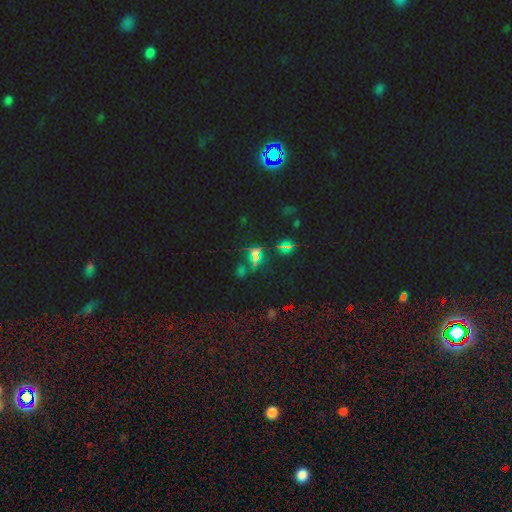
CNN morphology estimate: A star or artifact, not a galaxy (73%).

Vote fractions:
- Smooth or featured? star or artifact: 73% / smooth: 16% / featured or disk: 11%